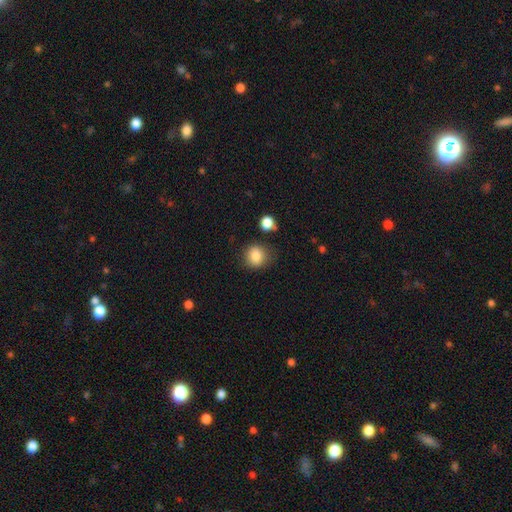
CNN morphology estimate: smooth-or-featured: smooth: 85% | star or artifact: 10% | featured or disk: 5%
  how-rounded: round: 79% | in between: 20% | cigar-shaped: 1%
  merging: none: 76% | minor disturbance: 16% | major disturbance: 5% | merger: 4%